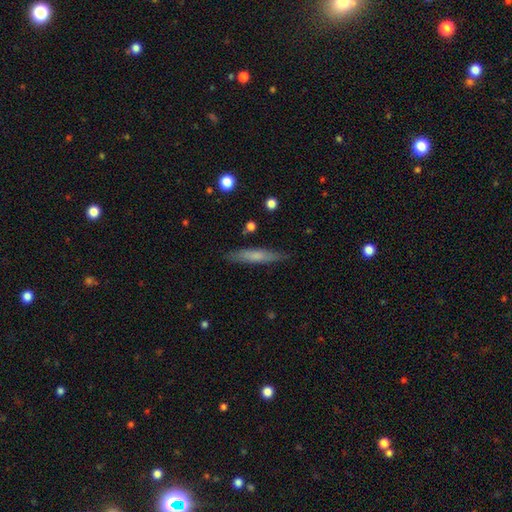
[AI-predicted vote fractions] A smooth galaxy with no disk features (62%) that is cigar-shaped (90%).

Vote fractions:
- Smooth or featured? smooth: 62% / featured or disk: 32% / star or artifact: 6%
- How rounded? cigar-shaped: 90% / in between: 9% / round: 2%
- Merging? none: 86% / minor disturbance: 11% / major disturbance: 2% / merger: 2%